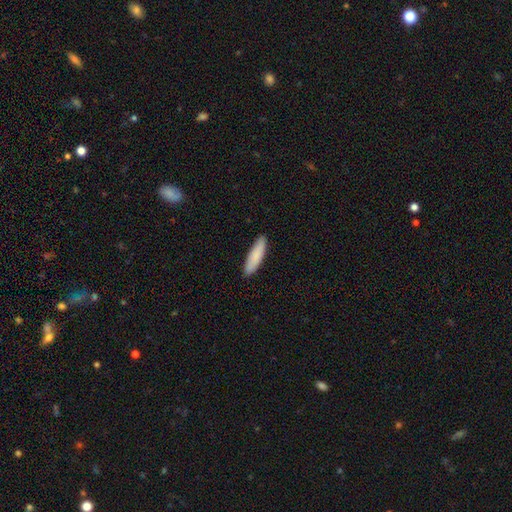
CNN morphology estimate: Smooth or featured? Predicted: smooth (p=0.86). How rounded? Predicted: cigar-shaped (p=0.71). Merging? Predicted: none (p=0.90).